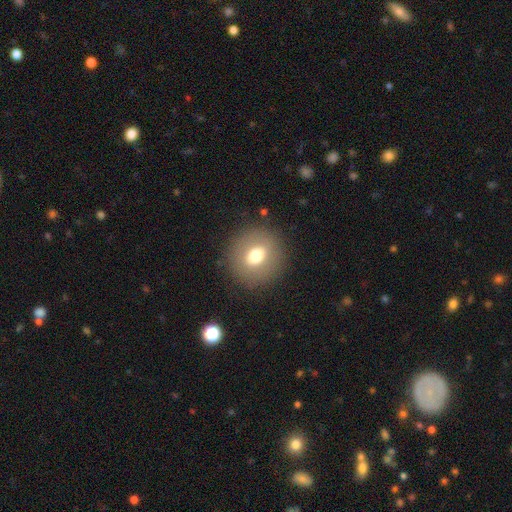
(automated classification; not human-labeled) Smooth or featured? smooth (66%)
How rounded? round (83%)
Merging? none (87%)